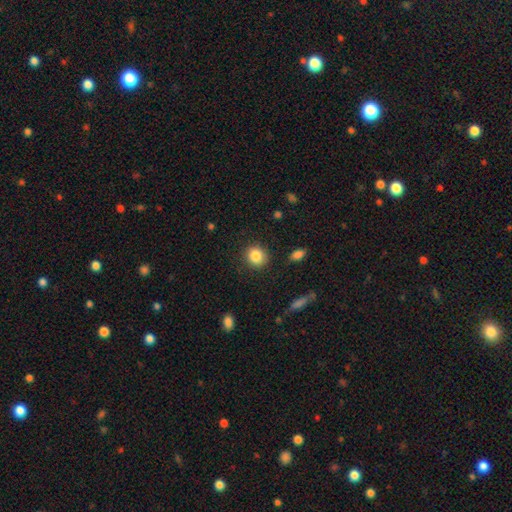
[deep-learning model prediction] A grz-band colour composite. It shows a smooth galaxy with no disk features (85%) that is round (82%). Merging: none (88%).